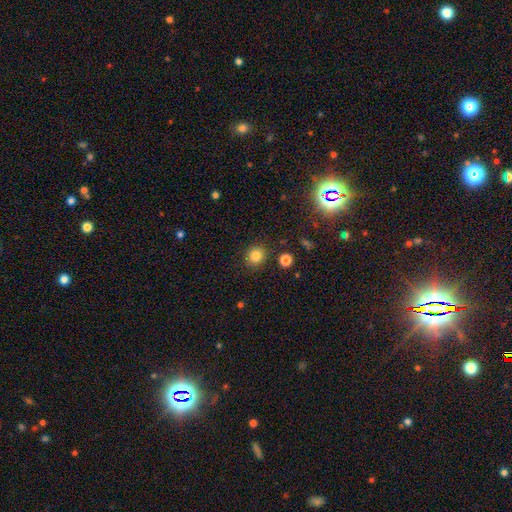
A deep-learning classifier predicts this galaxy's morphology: A smooth galaxy with no disk features (83%) that is round (83%).

Vote fractions:
- Smooth or featured? smooth: 83% / star or artifact: 12% / featured or disk: 5%
- How rounded? round: 83% / in between: 16% / cigar-shaped: 1%
- Merging? none: 88% / minor disturbance: 7% / major disturbance: 3% / merger: 3%